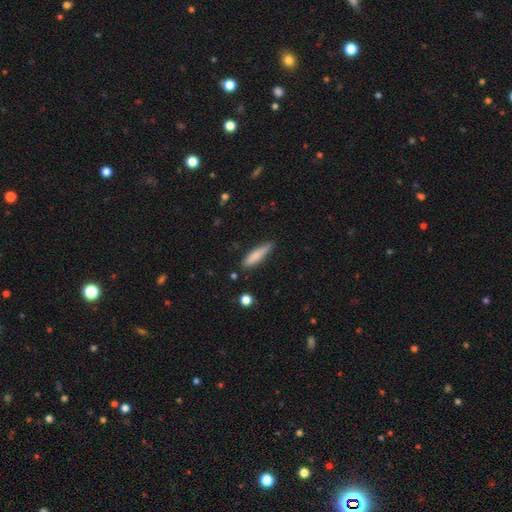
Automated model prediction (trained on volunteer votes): Q: Smooth or featured?
A: smooth (78%); runner-up: featured or disk (16%)
Q: How rounded?
A: cigar-shaped (81%); runner-up: in between (17%)
Q: Merging?
A: none (80%); runner-up: minor disturbance (16%)